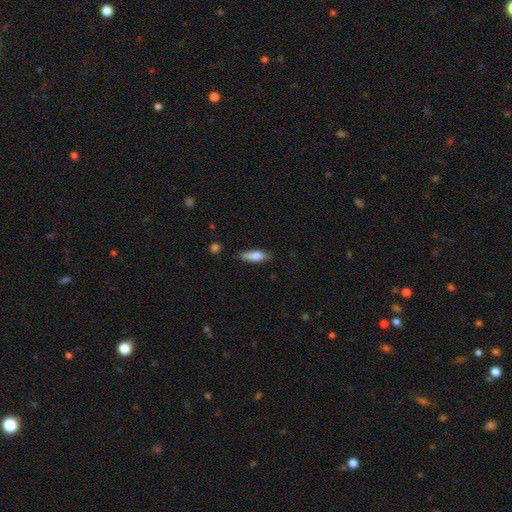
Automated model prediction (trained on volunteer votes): A smooth galaxy with no disk features (72%) that is in between round and cigar-shaped (50%).

Vote fractions:
- Smooth or featured? smooth: 72% / featured or disk: 21% / star or artifact: 6%
- How rounded? in between: 50% / cigar-shaped: 47% / round: 3%
- Merging? none: 79% / minor disturbance: 17% / major disturbance: 3% / merger: 2%